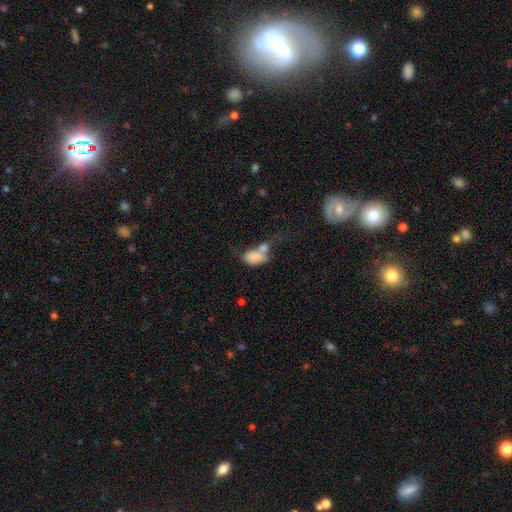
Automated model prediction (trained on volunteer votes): Smooth or featured: smooth — 77% (featured or disk — 15%)
How rounded: in between — 86% (round — 12%)
Merging: merger — 56% (none — 16%)